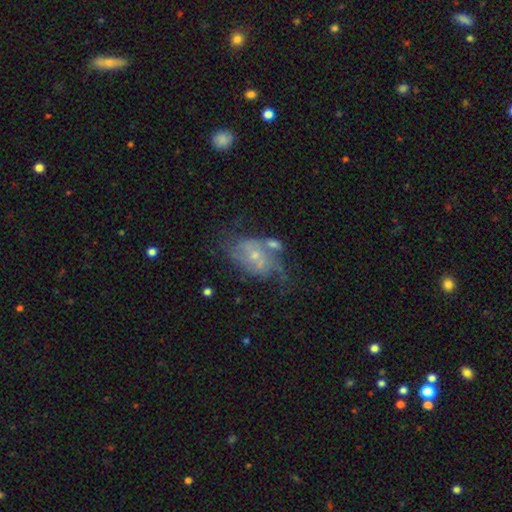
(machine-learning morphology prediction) smooth_or_featured: featured or disk (p=0.75) [alt: smooth p=0.16]
disk_edge_on: no (p=0.97) [alt: yes p=0.03]
bar: no (p=0.69) [alt: weak p=0.27]
has_spiral_arms: yes (p=0.82) [alt: no p=0.18]
spiral_winding: medium (p=0.43) [alt: tight p=0.29]
spiral_arm_count: can't tell (p=0.34) [tied with: 2 p=0.34]
bulge_size: small (p=0.70) [alt: moderate p=0.23]
merging: none (p=0.38) [alt: major disturbance p=0.23]